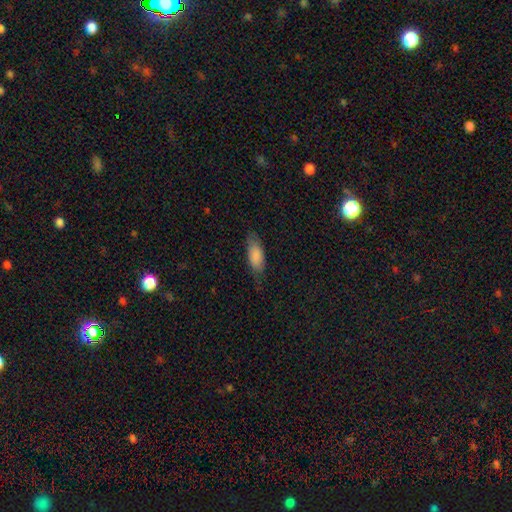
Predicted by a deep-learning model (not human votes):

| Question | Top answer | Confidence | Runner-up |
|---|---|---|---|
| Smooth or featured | smooth | 85% | featured or disk (9%) |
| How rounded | in between | 80% | cigar-shaped (19%) |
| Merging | none | 73% | minor disturbance (21%) |